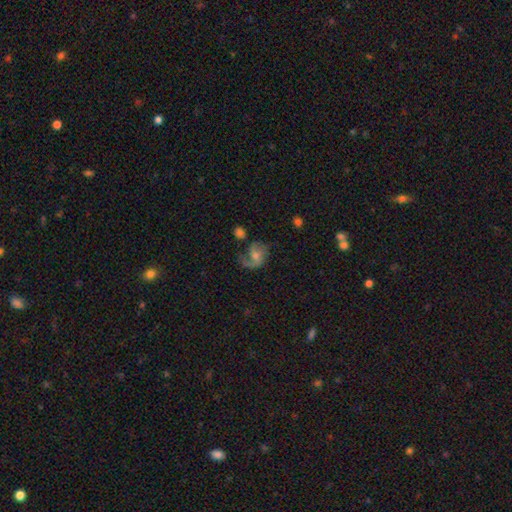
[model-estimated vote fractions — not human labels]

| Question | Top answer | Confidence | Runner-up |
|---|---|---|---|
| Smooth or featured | featured or disk | 73% | smooth (16%) |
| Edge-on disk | no | 98% | yes (2%) |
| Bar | no | 56% | weak (36%) |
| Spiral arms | yes | 91% | no (9%) |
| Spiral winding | loose | 44% | medium (43%) |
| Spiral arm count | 2 | 56% | 1 (33%) |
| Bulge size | small | 46% | moderate (42%) |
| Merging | none | 48% | major disturbance (25%) |